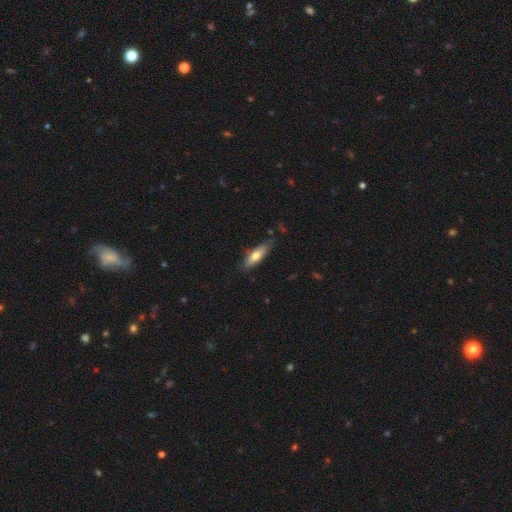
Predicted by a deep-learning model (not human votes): smooth-or-featured: smooth: 67% | featured or disk: 26% | star or artifact: 6%
  how-rounded: cigar-shaped: 55% | in between: 43% | round: 2%
  merging: none: 76% | minor disturbance: 19% | major disturbance: 3% | merger: 2%